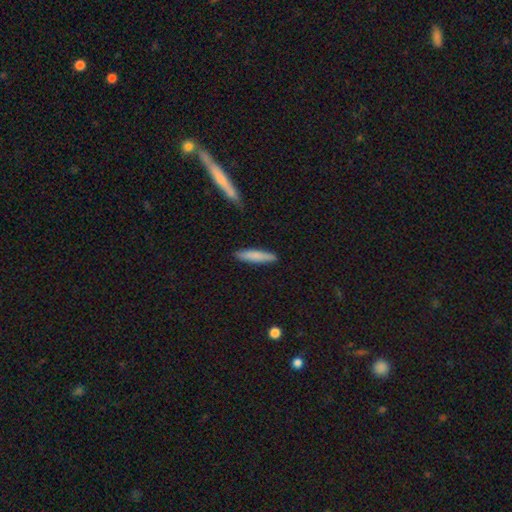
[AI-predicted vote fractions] smooth-or-featured: smooth: 80% | featured or disk: 15% | star or artifact: 6%
  how-rounded: cigar-shaped: 85% | in between: 14% | round: 1%
  merging: none: 87% | minor disturbance: 10% | merger: 2% | major disturbance: 2%